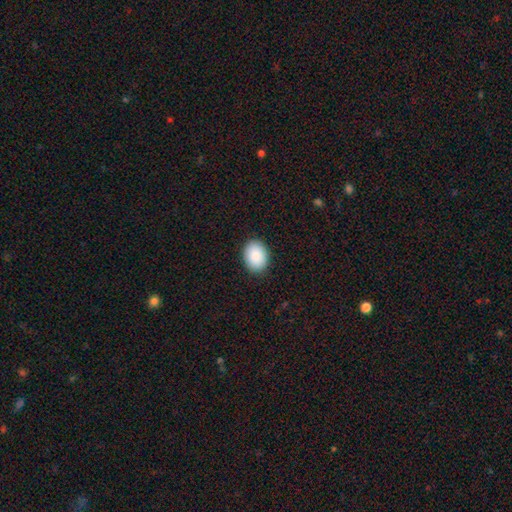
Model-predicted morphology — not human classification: The model was most divided on "how rounded": in between: 68%, round: 31%, cigar-shaped: 1%. More confident: merging — none (90%); smooth or featured — smooth (89%).